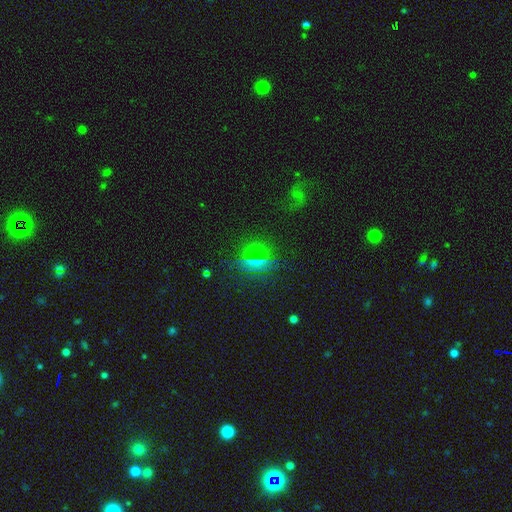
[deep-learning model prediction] Morphology: type=smooth (53%); roundness=round (73%); merging=none (77%).